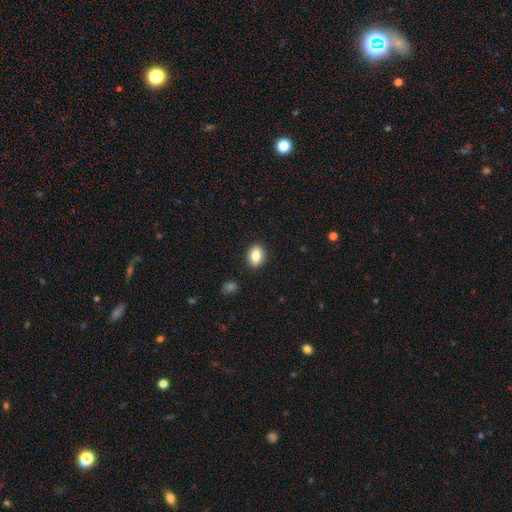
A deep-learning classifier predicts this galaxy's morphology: This is clearly a smooth galaxy (84%). How rounded: likely in between (76%). Merging: clearly none (89%).